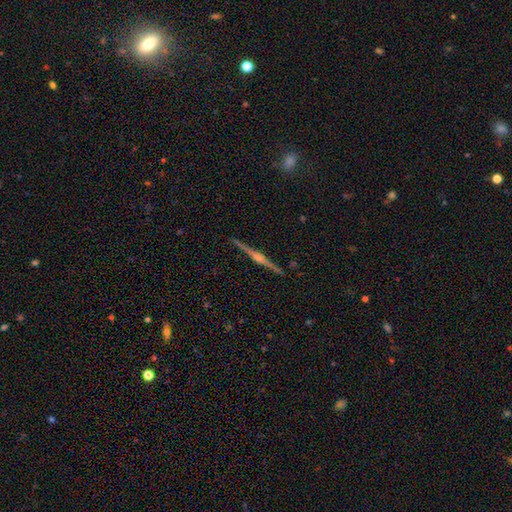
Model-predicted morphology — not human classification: The model was most divided on "smooth or featured": featured or disk: 86%, smooth: 8%, star or artifact: 6%. More confident: edge-on disk — yes (99%); merging — none (93%); edge-on bulge — rounded (89%).